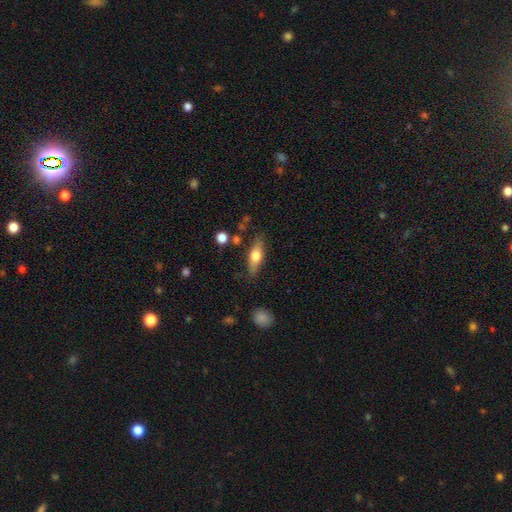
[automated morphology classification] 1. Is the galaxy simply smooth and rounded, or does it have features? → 57% smooth, 37% featured or disk, 7% star or artifact.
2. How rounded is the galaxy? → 54% in between, 42% cigar-shaped, 4% round.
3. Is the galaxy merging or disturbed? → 80% none, 13% minor disturbance, 3% major disturbance, 3% merger.